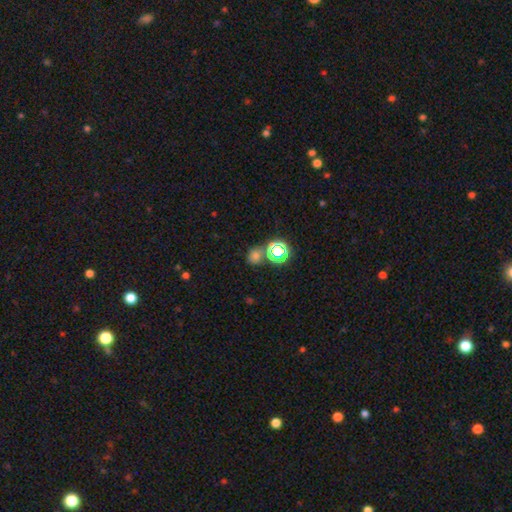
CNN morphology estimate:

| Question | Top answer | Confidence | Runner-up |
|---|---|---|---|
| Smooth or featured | smooth | 55% | star or artifact (36%) |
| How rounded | round | 73% | in between (25%) |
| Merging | none | 66% | merger (19%) |